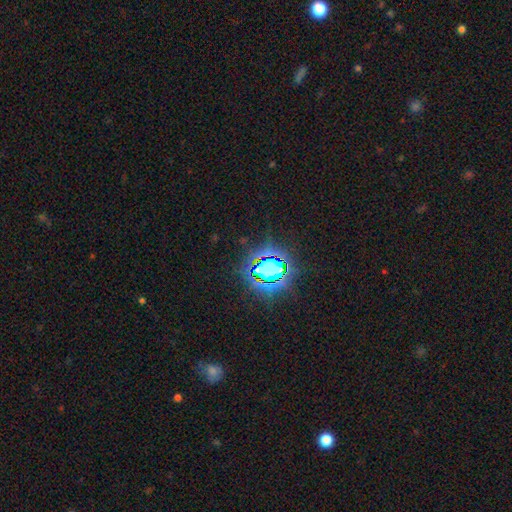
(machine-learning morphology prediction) Smooth or featured: star or artifact — 76% (smooth — 14%)